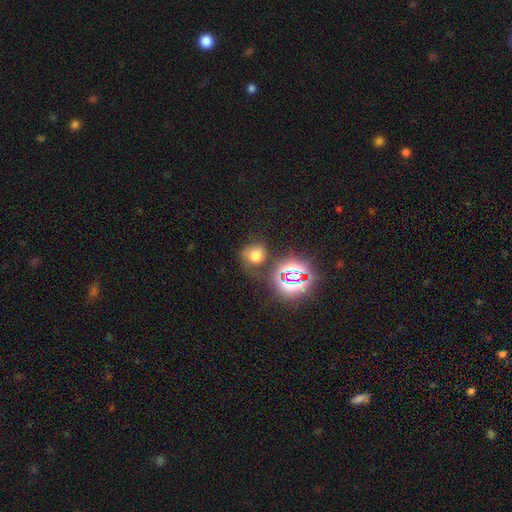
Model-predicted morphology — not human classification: This is likely a smooth galaxy (60%). How rounded: likely round (72%). Merging: possibly none (58%).